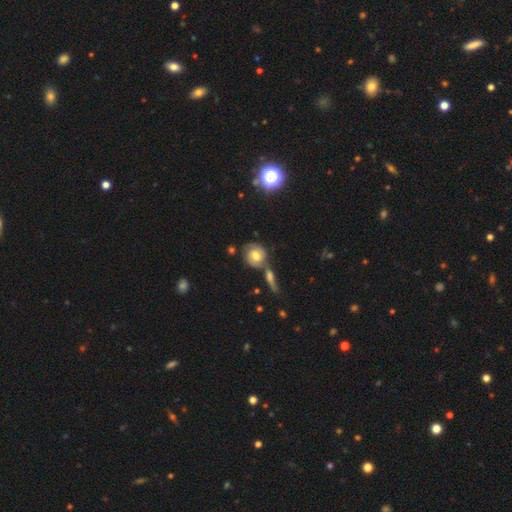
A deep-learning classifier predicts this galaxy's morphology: type=featured or disk (47%); merging=none (55%).